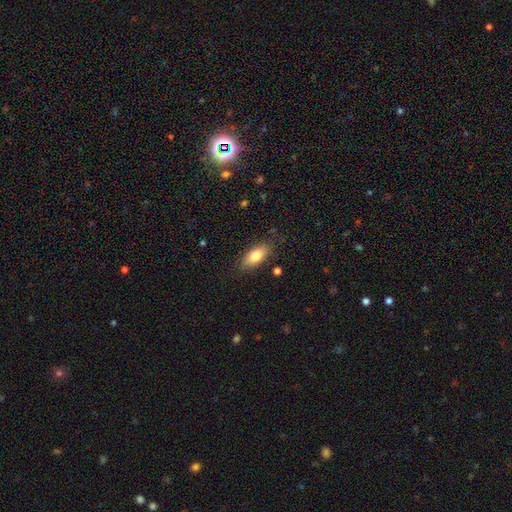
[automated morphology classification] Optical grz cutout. It shows a smooth galaxy with no disk features (79%) that is in between round and cigar-shaped (83%). Merging: none (81%).